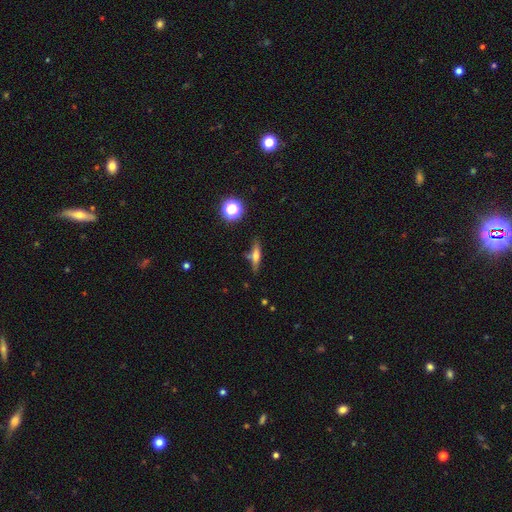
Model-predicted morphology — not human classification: Smooth or featured? Predicted: featured or disk (p=0.45). Merging? Predicted: none (p=0.74).